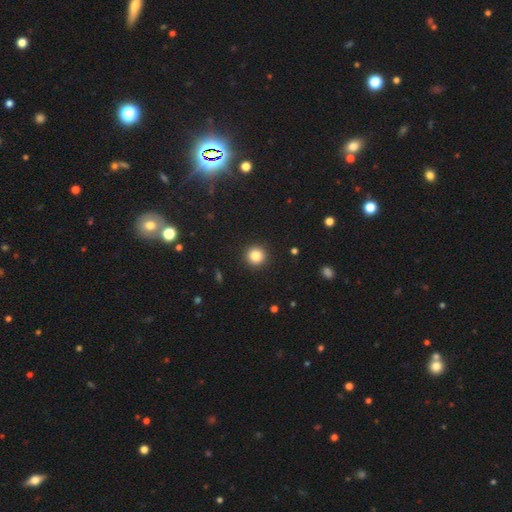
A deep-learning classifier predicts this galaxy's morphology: The model was most divided on "smooth or featured": smooth: 83%, star or artifact: 11%, featured or disk: 6%. More confident: how rounded — round (95%); merging — none (93%).